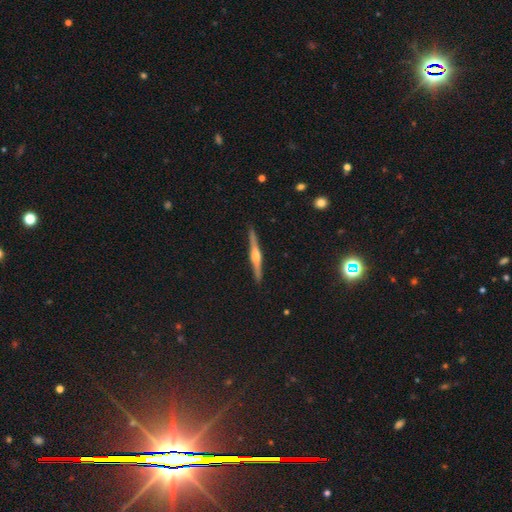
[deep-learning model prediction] Morphology: type=featured or disk (82%); edge-on=yes (98%); edge-on bulge=rounded (87%); merging=none (92%).